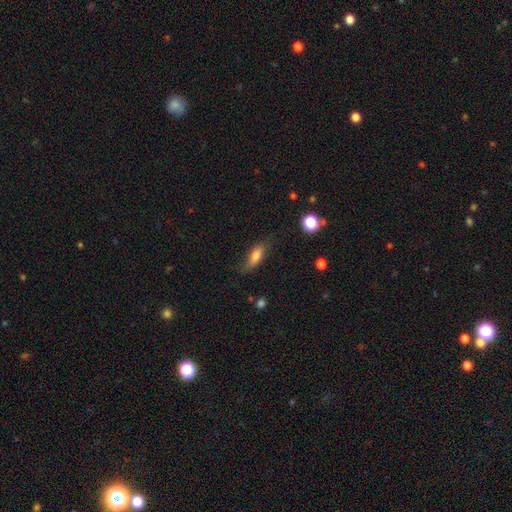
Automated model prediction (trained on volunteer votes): smooth_or_featured: smooth (p=0.75) [alt: featured or disk p=0.17]
how_rounded: in between (p=0.70) [alt: cigar-shaped p=0.27]
merging: none (p=0.66) [alt: minor disturbance p=0.23]